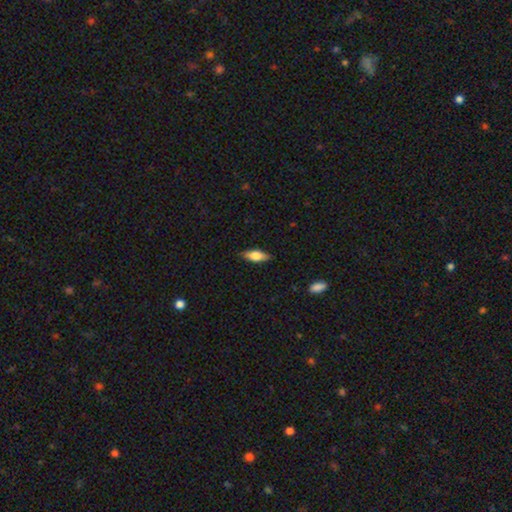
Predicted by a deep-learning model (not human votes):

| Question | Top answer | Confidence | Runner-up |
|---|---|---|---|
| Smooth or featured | smooth | 67% | featured or disk (26%) |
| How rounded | in between | 72% | cigar-shaped (25%) |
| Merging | none | 85% | minor disturbance (12%) |